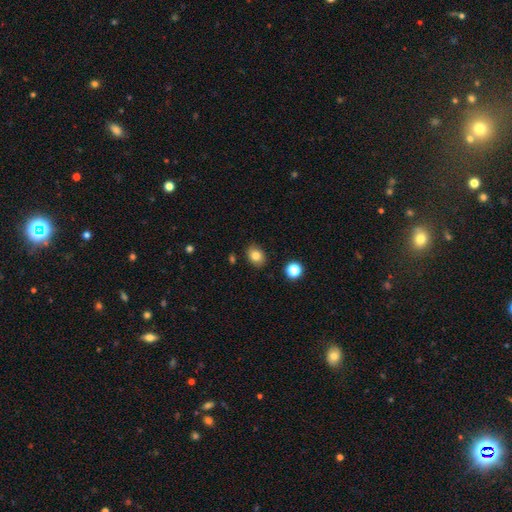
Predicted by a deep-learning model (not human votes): Overall: smooth (82%). How rounded: in between (61%; round 38%). Merging: none (86%).